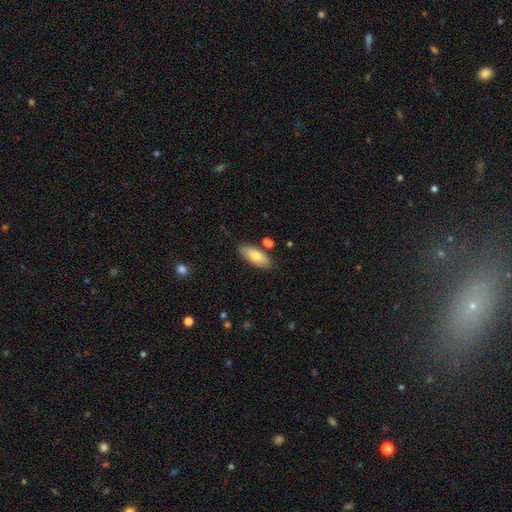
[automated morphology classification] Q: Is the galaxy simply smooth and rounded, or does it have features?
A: smooth — 78%.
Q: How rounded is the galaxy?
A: in between — 83%.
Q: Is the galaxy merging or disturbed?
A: none — 81%.